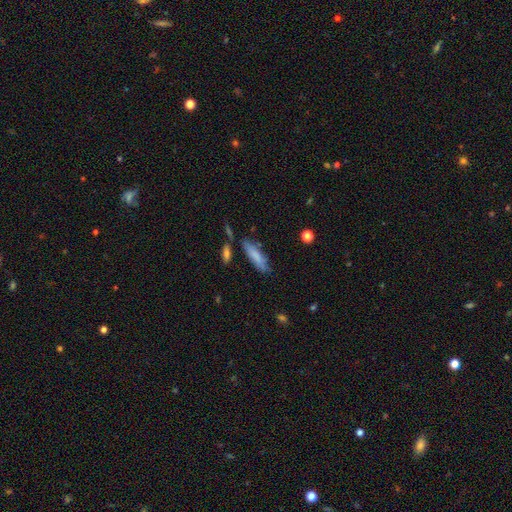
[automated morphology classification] This appears to be a smooth galaxy with no disk features (71%) that is cigar-shaped (64%). Merging: none (64%).